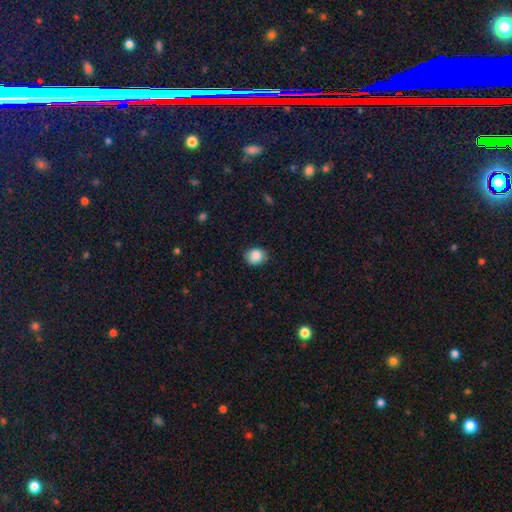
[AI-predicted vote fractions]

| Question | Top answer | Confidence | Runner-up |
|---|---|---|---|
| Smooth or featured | smooth | 88% | star or artifact (9%) |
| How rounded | round | 66% | in between (33%) |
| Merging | none | 81% | minor disturbance (15%) |